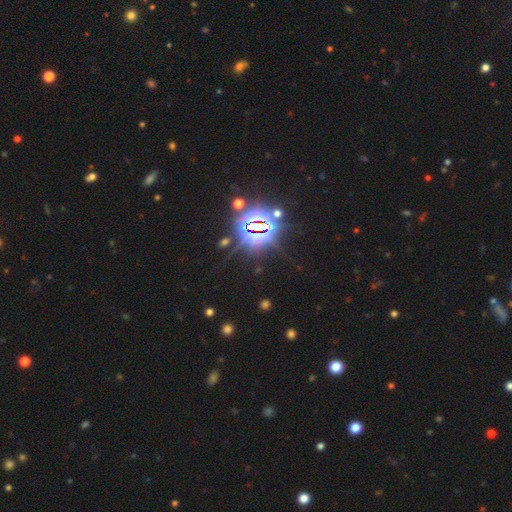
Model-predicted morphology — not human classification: The model was most divided on "smooth or featured": star or artifact: 81%, smooth: 11%, featured or disk: 8%.